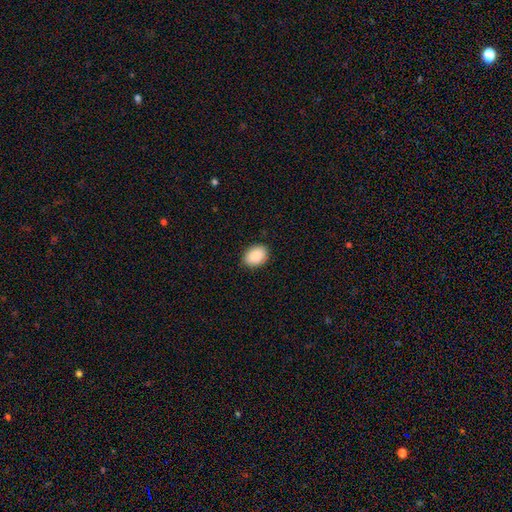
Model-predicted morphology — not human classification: smooth 90%, star or artifact 7%, featured or disk 3%. Down the decision tree: how rounded — in between (76%); merging — none (88%).